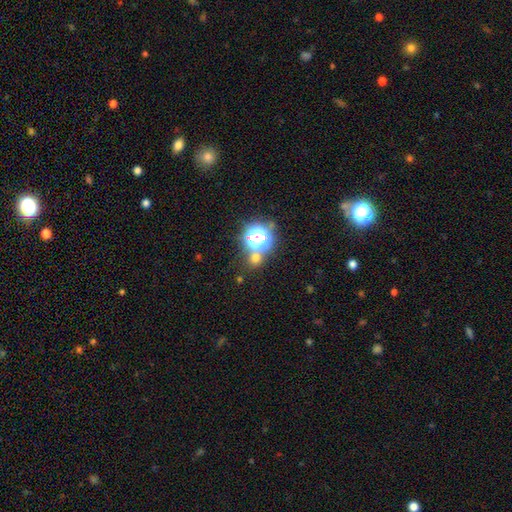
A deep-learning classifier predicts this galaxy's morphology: A star or artifact, not a galaxy (64%).

Vote fractions:
- Smooth or featured? star or artifact: 64% / smooth: 29% / featured or disk: 8%